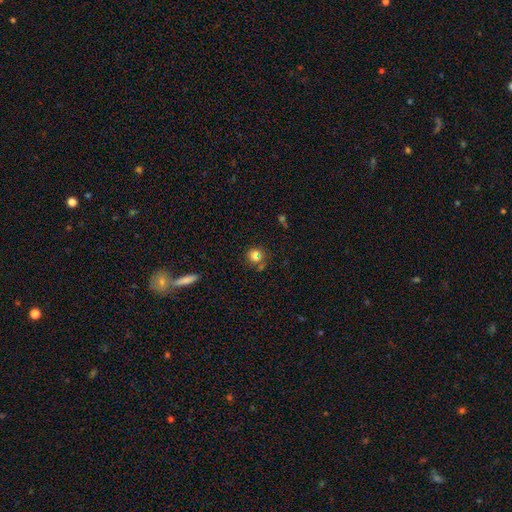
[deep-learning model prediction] smooth_or_featured: smooth (p=0.66) [alt: star or artifact p=0.24]
how_rounded: round (p=0.86) [alt: in between p=0.12]
merging: none (p=0.73) [alt: minor disturbance p=0.11]